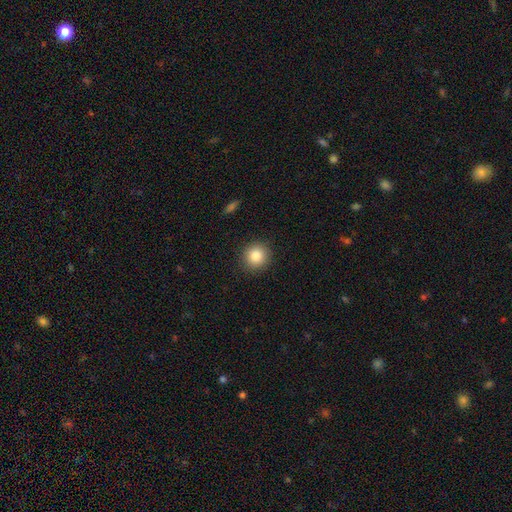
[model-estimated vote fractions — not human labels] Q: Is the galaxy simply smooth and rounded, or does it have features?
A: smooth — 85%.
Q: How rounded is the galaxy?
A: round — 90%.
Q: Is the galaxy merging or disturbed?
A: none — 90%.